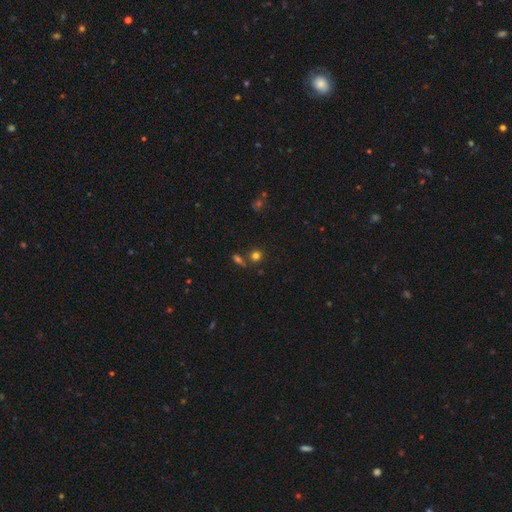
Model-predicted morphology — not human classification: smooth_or_featured: smooth (p=0.74) [alt: star or artifact p=0.18]
how_rounded: round (p=0.86) [alt: in between p=0.12]
merging: none (p=0.69) [alt: merger p=0.18]